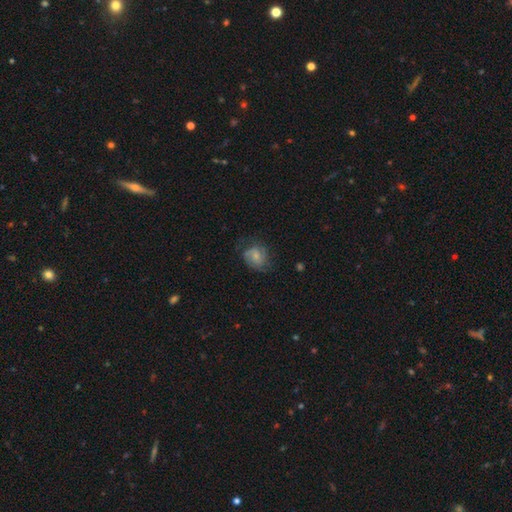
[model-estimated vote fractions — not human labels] smooth_or_featured: featured or disk (p=0.49) [alt: smooth p=0.43]
merging: none (p=0.59) [alt: minor disturbance p=0.26]